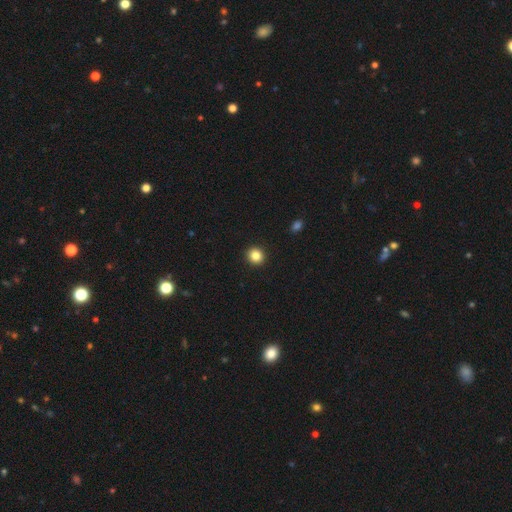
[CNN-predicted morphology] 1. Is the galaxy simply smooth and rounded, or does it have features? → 85% smooth, 10% star or artifact, 5% featured or disk.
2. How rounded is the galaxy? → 89% round, 10% in between, 1% cigar-shaped.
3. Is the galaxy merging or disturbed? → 93% none, 5% minor disturbance, 2% major disturbance, 1% merger.